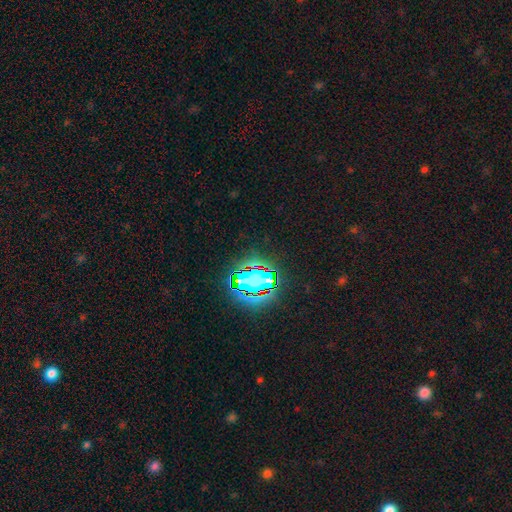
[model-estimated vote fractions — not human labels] Overall: star or artifact (81%).